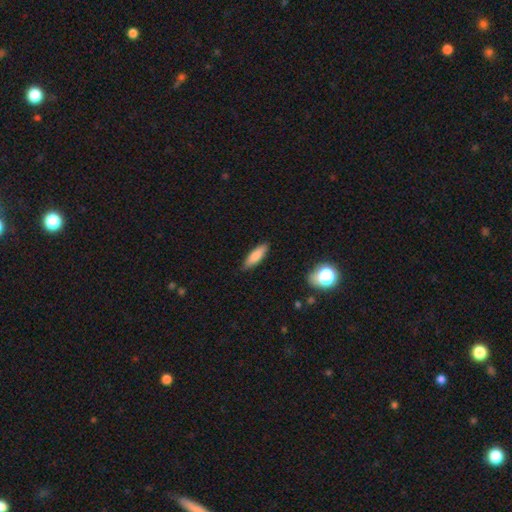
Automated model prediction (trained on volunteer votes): A smooth galaxy with no disk features (83%) that is cigar-shaped (53%).

Vote fractions:
- Smooth or featured? smooth: 83% / featured or disk: 10% / star or artifact: 7%
- How rounded? cigar-shaped: 53% / in between: 46% / round: 2%
- Merging? none: 85% / minor disturbance: 11% / major disturbance: 2% / merger: 1%